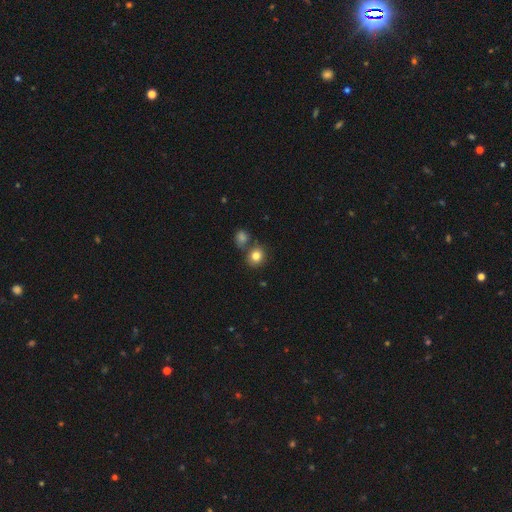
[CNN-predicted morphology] Smooth or featured? Predicted: smooth (p=0.82). How rounded? Predicted: round (p=0.76). Merging? Predicted: none (p=0.66).